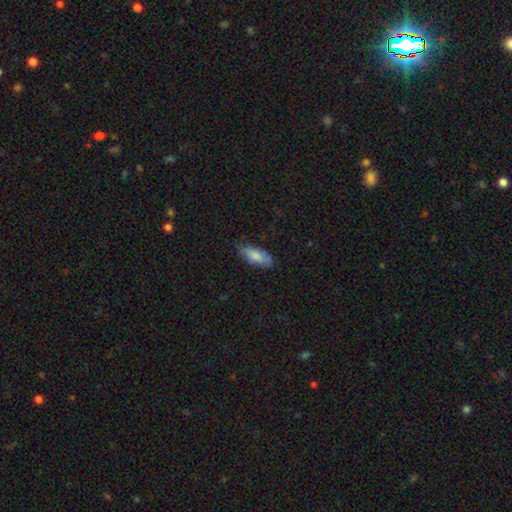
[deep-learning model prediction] smooth-or-featured: smooth: 82% | featured or disk: 12% | star or artifact: 6%
  how-rounded: in between: 81% | cigar-shaped: 17% | round: 2%
  merging: none: 69% | minor disturbance: 25% | major disturbance: 4% | merger: 1%